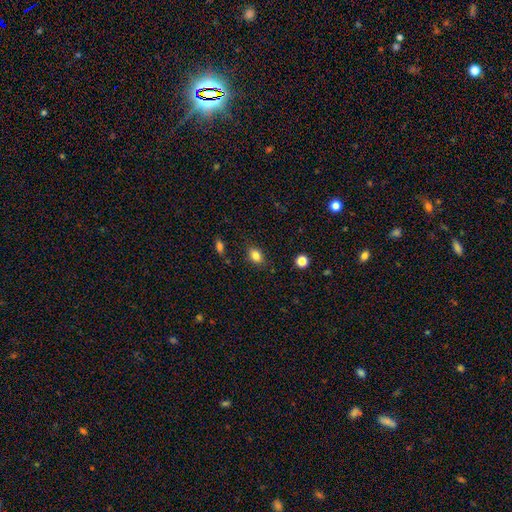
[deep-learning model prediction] Smooth or featured: smooth — 83% (star or artifact — 10%)
How rounded: in between — 74% (round — 24%)
Merging: none — 83% (minor disturbance — 12%)